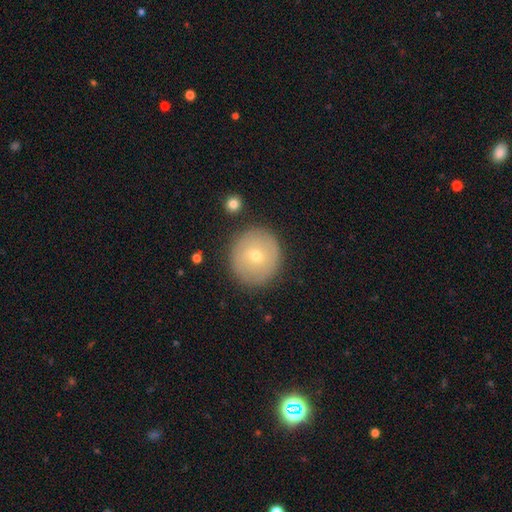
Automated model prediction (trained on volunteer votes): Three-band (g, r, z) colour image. It shows a smooth galaxy with no disk features (60%) that is round (92%). Merging: none (87%).